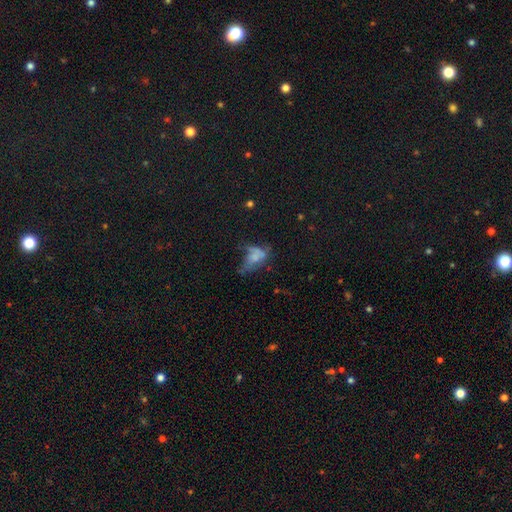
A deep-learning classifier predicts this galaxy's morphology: Smooth or featured? Predicted: smooth (p=0.52). How rounded? Predicted: in between (p=0.86). Merging? Predicted: major disturbance (p=0.43).